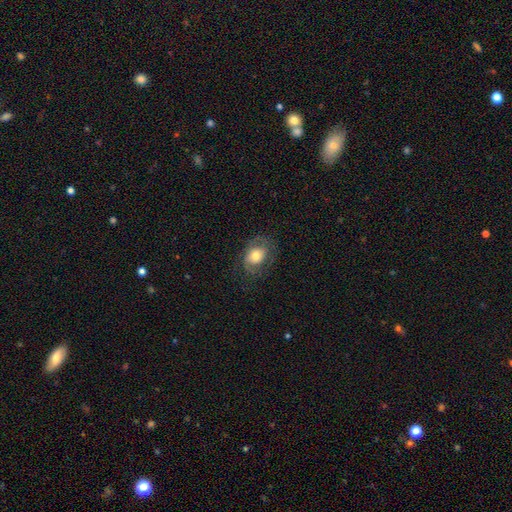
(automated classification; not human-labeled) This appears to be a smooth galaxy with no disk features (51%) that is in between round and cigar-shaped (57%). Merging: none (61%).